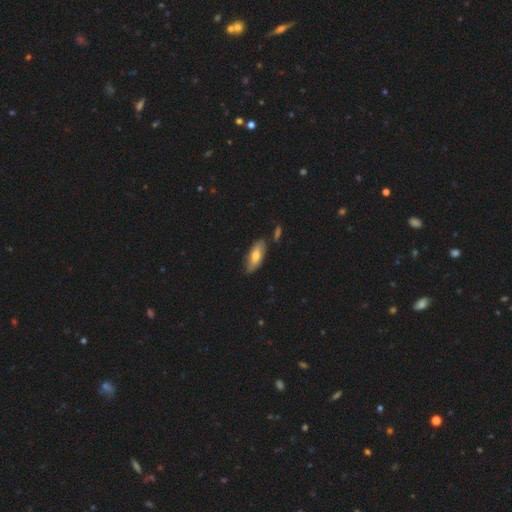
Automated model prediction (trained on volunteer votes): Smooth or featured? smooth (62%)
How rounded? in between (76%)
Merging? none (73%)